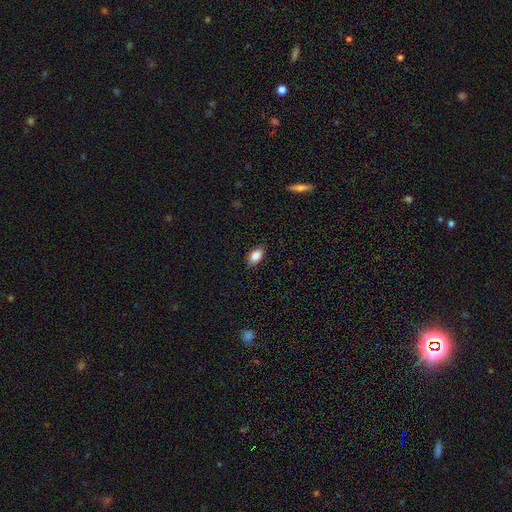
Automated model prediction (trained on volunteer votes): Smooth or featured? Predicted: smooth (p=0.85). How rounded? Predicted: in between (p=0.91). Merging? Predicted: none (p=0.86).